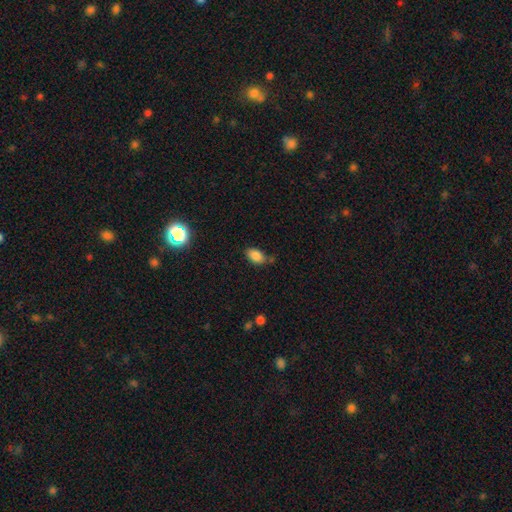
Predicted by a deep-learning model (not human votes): Smooth or featured: smooth — 85% (star or artifact — 10%)
How rounded: in between — 89% (round — 9%)
Merging: none — 64% (minor disturbance — 24%)